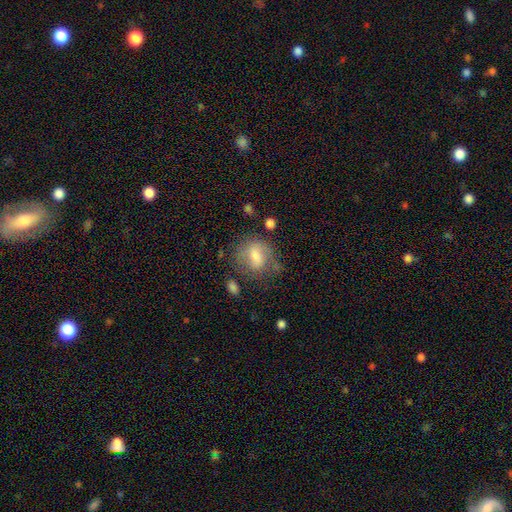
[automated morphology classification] smooth 61%, featured or disk 30%, star or artifact 10%. Down the decision tree: how rounded — round (50%); merging — none (56%).